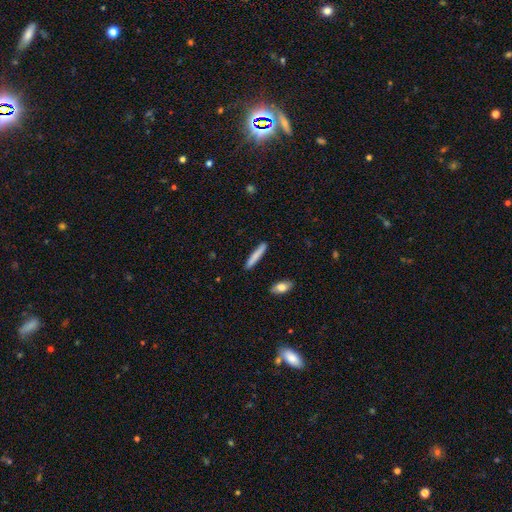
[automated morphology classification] smooth-or-featured: smooth: 79% | featured or disk: 16% | star or artifact: 5%
  how-rounded: cigar-shaped: 94% | in between: 5% | round: 1%
  merging: none: 90% | minor disturbance: 7% | merger: 2% | major disturbance: 1%